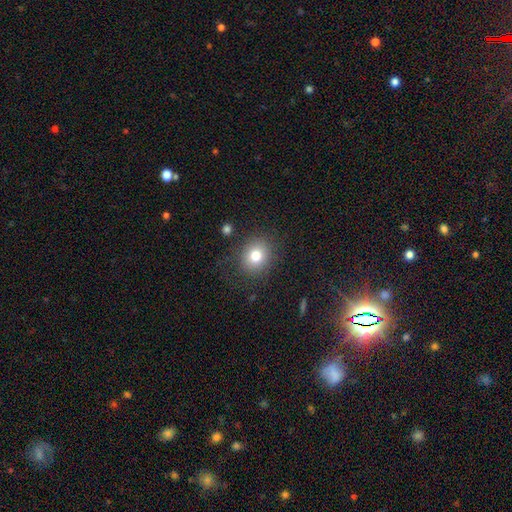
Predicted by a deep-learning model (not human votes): Smooth or featured: smooth — 77% (star or artifact — 12%)
How rounded: round — 71% (in between — 28%)
Merging: none — 83% (minor disturbance — 10%)